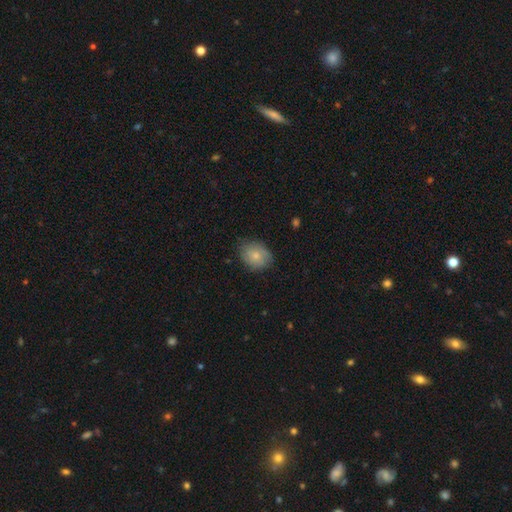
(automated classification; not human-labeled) Q: Smooth or featured?
A: smooth (74%); runner-up: featured or disk (19%)
Q: How rounded?
A: round (50%); runner-up: in between (49%)
Q: Merging?
A: none (78%); runner-up: minor disturbance (17%)